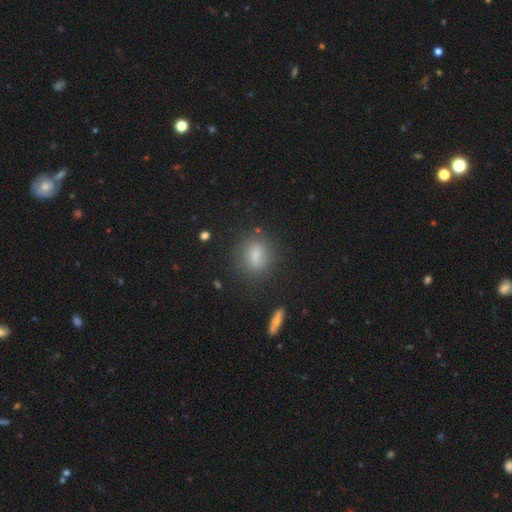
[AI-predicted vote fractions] Q: Smooth or featured?
A: smooth (78%); runner-up: star or artifact (11%)
Q: How rounded?
A: in between (51%); runner-up: round (44%)
Q: Merging?
A: none (81%); runner-up: minor disturbance (12%)